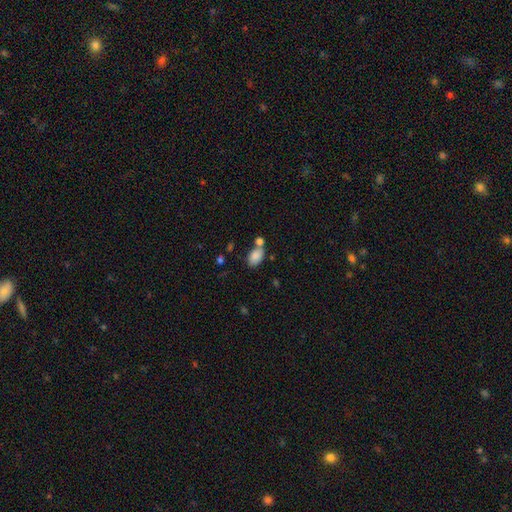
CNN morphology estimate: Overall: smooth (85%). How rounded: in between (90%). Merging: none (52%; merger 28%).